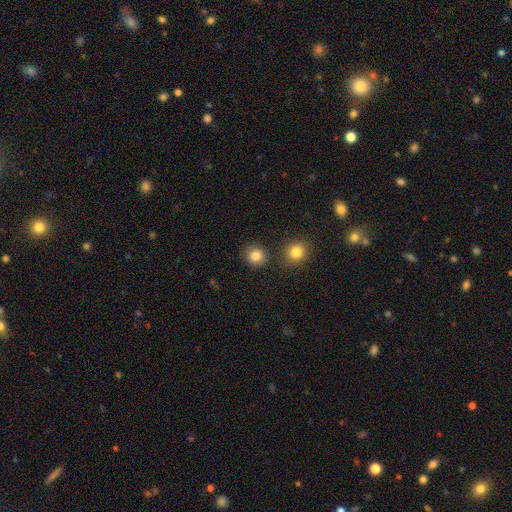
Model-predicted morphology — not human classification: Smooth or featured? Predicted: smooth (p=0.84). How rounded? Predicted: round (p=0.85). Merging? Predicted: none (p=0.81).